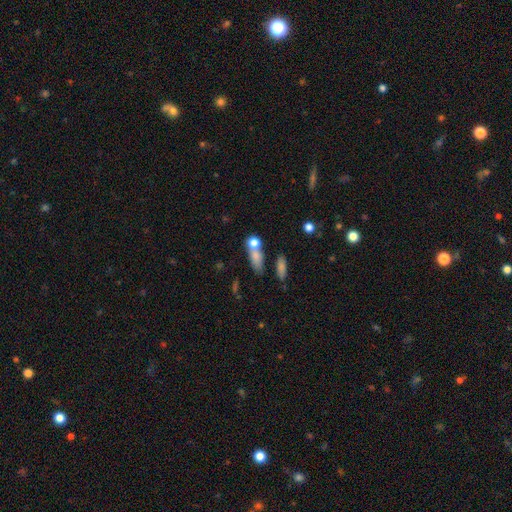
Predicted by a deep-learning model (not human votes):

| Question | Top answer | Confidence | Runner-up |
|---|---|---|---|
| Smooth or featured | smooth | 75% | featured or disk (13%) |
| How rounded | in between | 47% | round (32%) |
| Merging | none | 48% | merger (33%) |